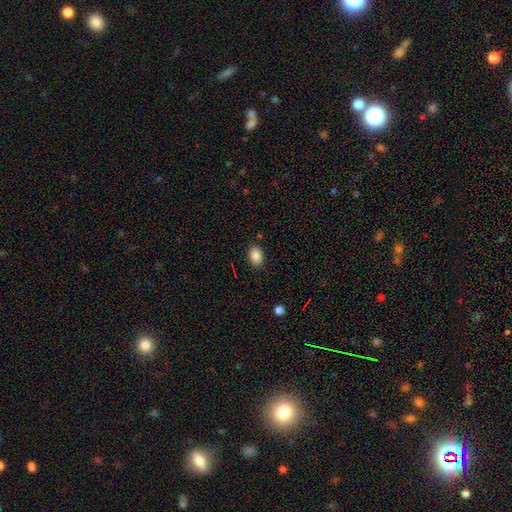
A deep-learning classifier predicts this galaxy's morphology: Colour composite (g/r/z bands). It shows a smooth galaxy with no disk features (87%) that is in between round and cigar-shaped (83%). Merging: none (86%).